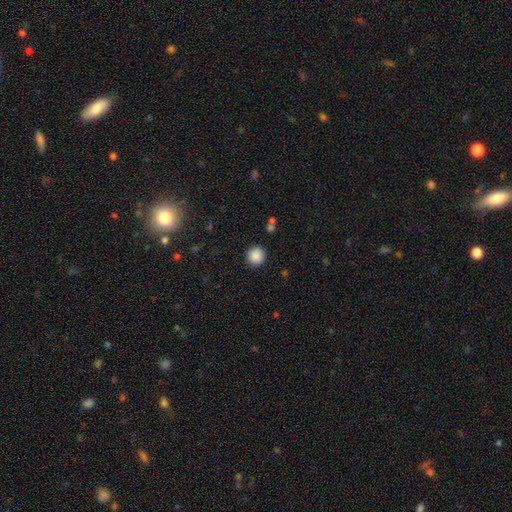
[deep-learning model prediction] smooth-or-featured: smooth: 88% | star or artifact: 9% | featured or disk: 3%
  how-rounded: round: 92% | in between: 7% | cigar-shaped: 1%
  merging: none: 91% | minor disturbance: 5% | major disturbance: 2% | merger: 2%